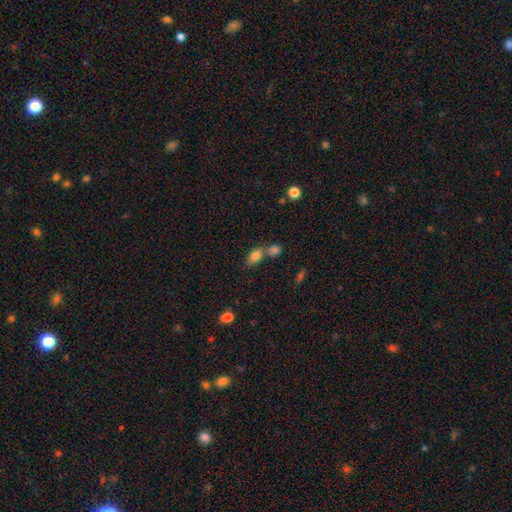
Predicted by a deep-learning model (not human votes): smooth_or_featured: smooth (p=0.80) [alt: star or artifact p=0.10]
how_rounded: in between (p=0.84) [alt: round p=0.12]
merging: none (p=0.45) [alt: merger p=0.39]